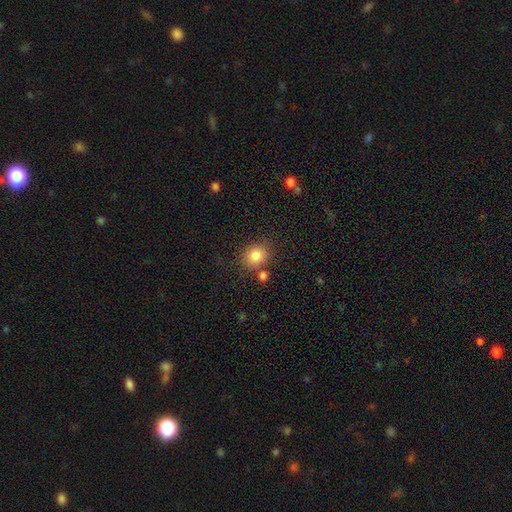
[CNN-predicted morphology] type=smooth (85%); roundness=round (69%); merging=none (73%).